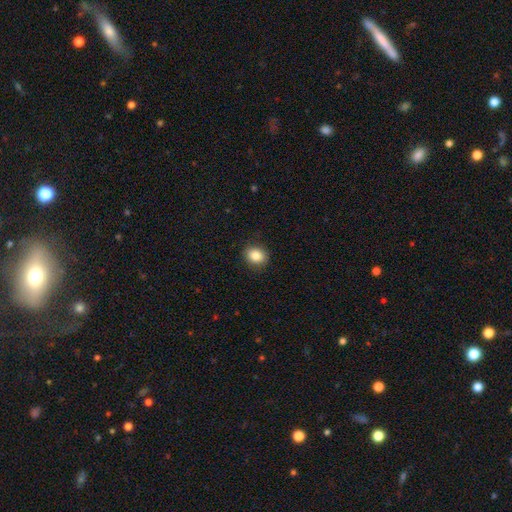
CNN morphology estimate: smooth_or_featured: smooth (p=0.85) [alt: star or artifact p=0.09]
how_rounded: round (p=0.60) [alt: in between p=0.39]
merging: none (p=0.89) [alt: minor disturbance p=0.08]